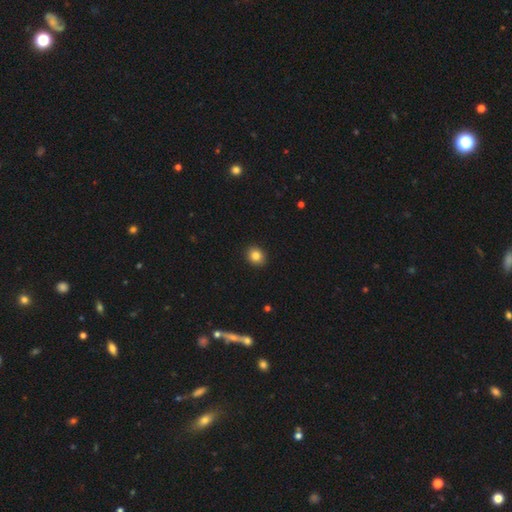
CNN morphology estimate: Smooth or featured? smooth (84%)
How rounded? round (65%)
Merging? none (91%)